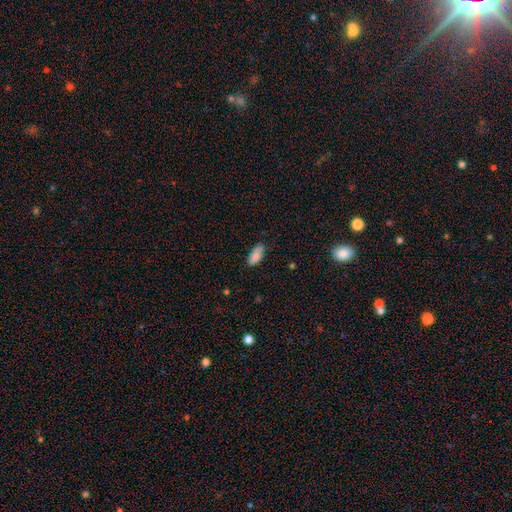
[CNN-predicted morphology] smooth-or-featured: smooth: 86% | featured or disk: 8% | star or artifact: 7%
  how-rounded: in between: 84% | cigar-shaped: 14% | round: 2%
  merging: none: 74% | minor disturbance: 20% | major disturbance: 3% | merger: 2%